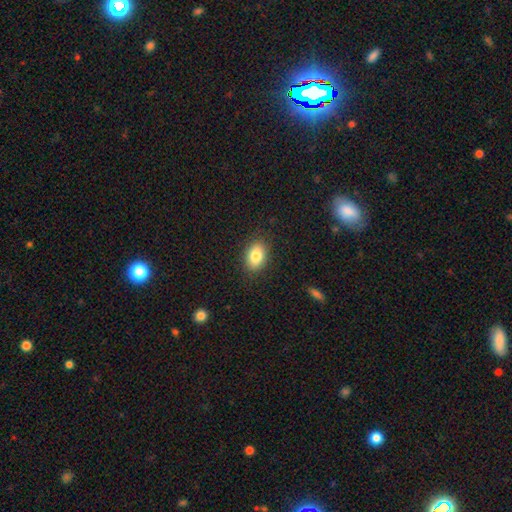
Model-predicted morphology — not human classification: A smooth galaxy with no disk features (83%) that is in between round and cigar-shaped (83%). Merging: none (86%).